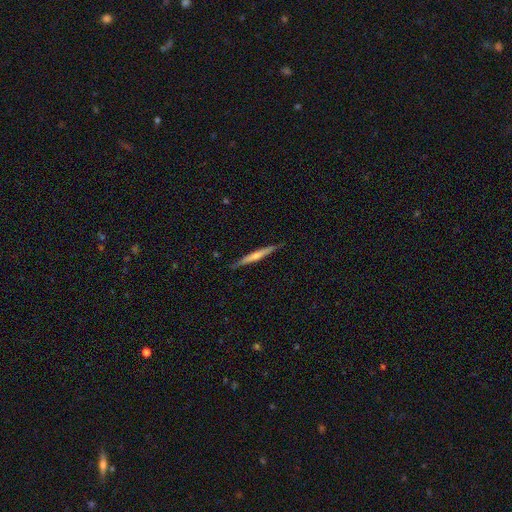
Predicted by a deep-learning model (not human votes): A featured or disk galaxy (52%) viewed edge-on (97%) with a rounded central bulge (47%).

Vote fractions:
- Smooth or featured? featured or disk: 52% / smooth: 42% / star or artifact: 6%
- Edge-on disk? yes: 97% / no: 3%
- Edge-on bulge? rounded: 47% / none: 43% / boxy: 10%
- Merging? none: 88% / minor disturbance: 9% / major disturbance: 2% / merger: 1%